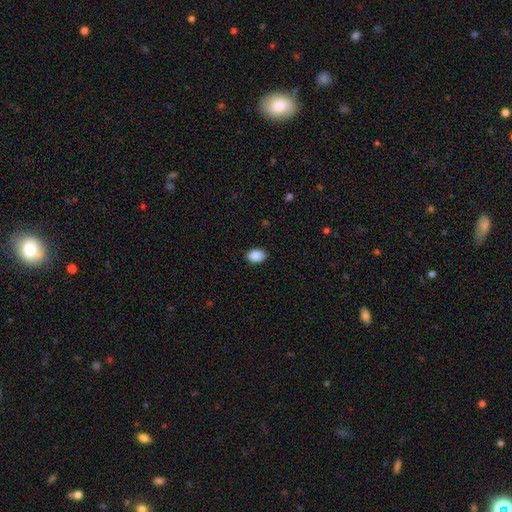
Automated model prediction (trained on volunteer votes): A smooth galaxy with no disk features (90%) that is in between round and cigar-shaped (81%). Merging: none (89%).